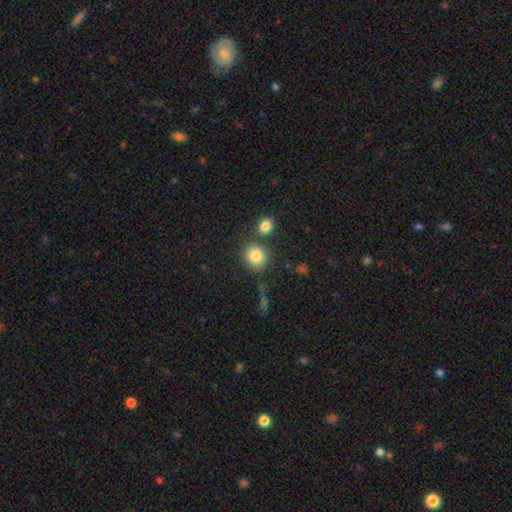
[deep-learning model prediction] Overall: smooth (84%). How rounded: round (80%). Merging: none (71%).